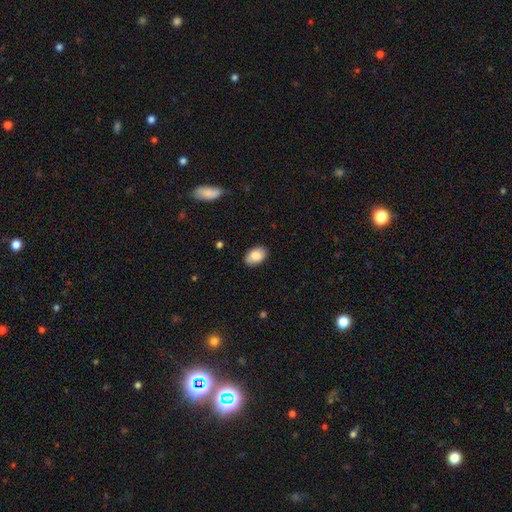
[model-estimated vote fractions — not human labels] The model was most divided on "merging": none: 87%, minor disturbance: 10%, major disturbance: 2%, merger: 1%. More confident: how rounded — in between (89%); smooth or featured — smooth (86%).